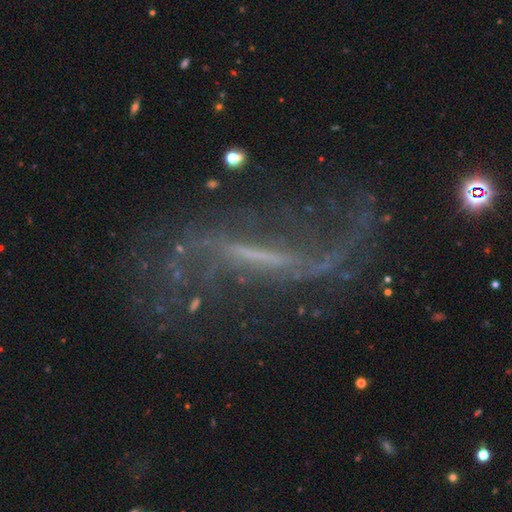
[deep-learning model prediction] smooth-or-featured: featured or disk: 80% | star or artifact: 12% | smooth: 8%
  disk-edge-on: no: 77% | yes: 23%
    bar: strong: 60% | weak: 23% | no: 16%
    has-spiral-arms: yes: 77% | no: 23%
    bulge-size: none: 51% | small: 31% | moderate: 13% | large: 3% | dominant: 2%
  merging: none: 48% | major disturbance: 29% | minor disturbance: 17% | merger: 6%